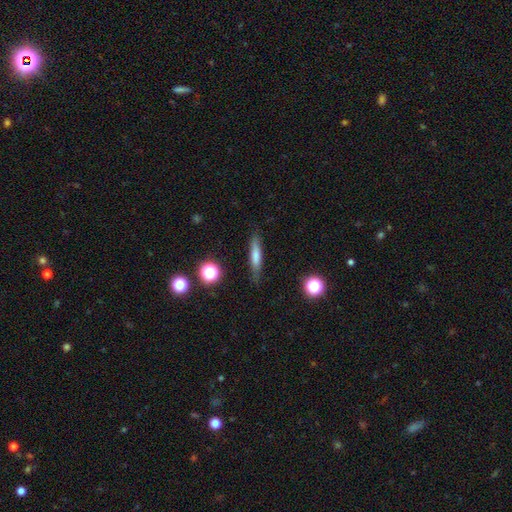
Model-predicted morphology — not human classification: Overall: smooth (66%). How rounded: cigar-shaped (86%). Merging: none (82%).